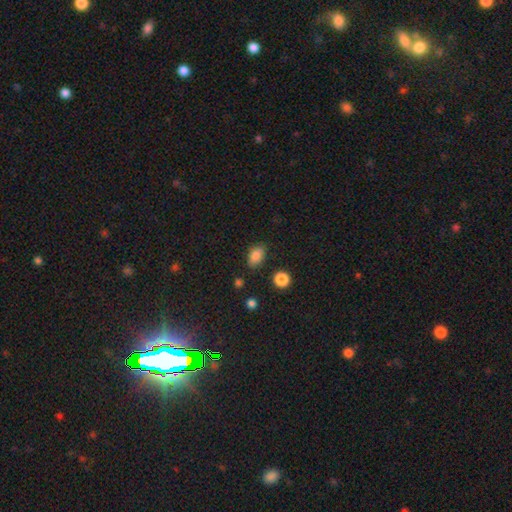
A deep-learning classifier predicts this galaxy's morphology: Q: Smooth or featured?
A: smooth (84%); runner-up: star or artifact (10%)
Q: How rounded?
A: in between (86%); runner-up: round (12%)
Q: Merging?
A: none (81%); runner-up: minor disturbance (13%)